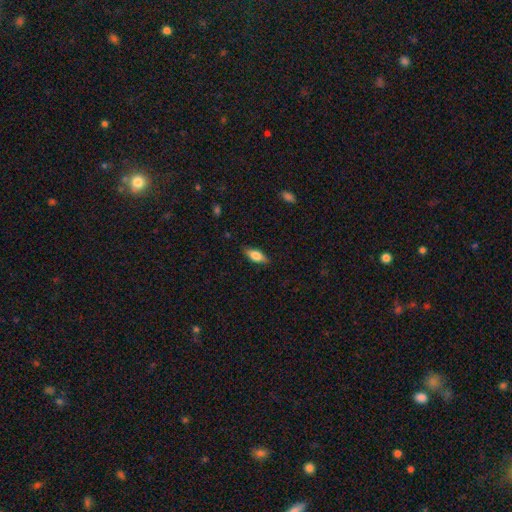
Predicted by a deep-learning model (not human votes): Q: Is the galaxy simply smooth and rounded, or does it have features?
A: smooth — 72%.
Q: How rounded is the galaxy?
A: in between — 77%.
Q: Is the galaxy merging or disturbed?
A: none — 83%.